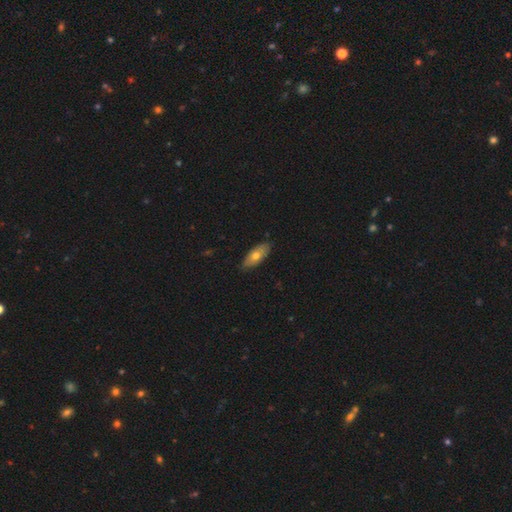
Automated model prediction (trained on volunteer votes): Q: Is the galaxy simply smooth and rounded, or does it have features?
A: smooth — 67%.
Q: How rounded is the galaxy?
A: in between — 79%.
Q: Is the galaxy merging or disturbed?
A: none — 85%.